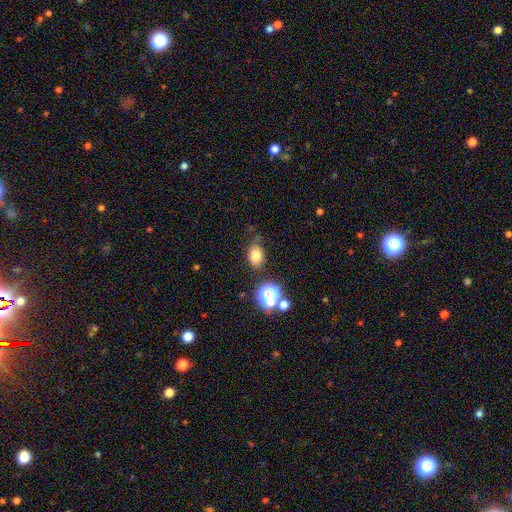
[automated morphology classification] This appears to be a smooth galaxy with no disk features (76%) that is in between round and cigar-shaped (64%). Merging: none (66%).